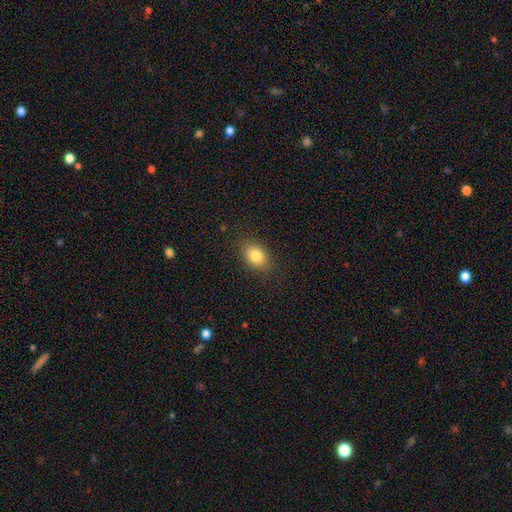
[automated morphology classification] Smooth or featured: smooth — 84% (star or artifact — 9%)
How rounded: in between — 83% (round — 15%)
Merging: none — 87% (minor disturbance — 10%)